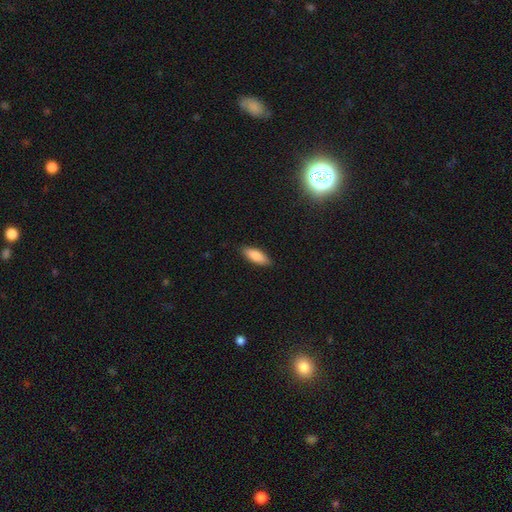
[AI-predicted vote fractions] Smooth or featured?
  - smooth: 85% *
  - featured or disk: 9%
  - star or artifact: 6%
How rounded?
  - in between: 67% *
  - cigar-shaped: 32%
  - round: 2%
Merging?
  - none: 88% *
  - minor disturbance: 9%
  - major disturbance: 2%
  - merger: 1%